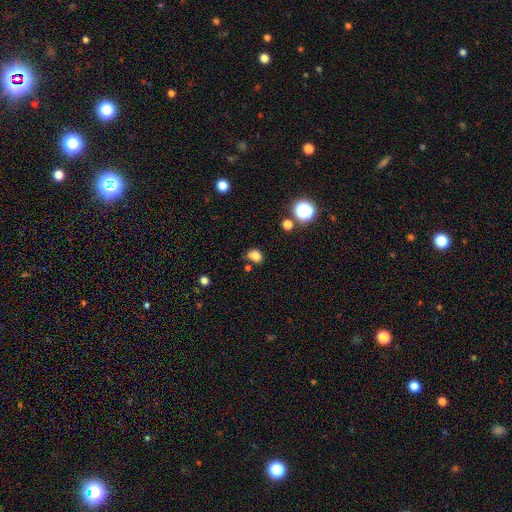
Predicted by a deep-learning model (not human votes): Smooth or featured? smooth (76%)
How rounded? in between (51%)
Merging? none (57%)